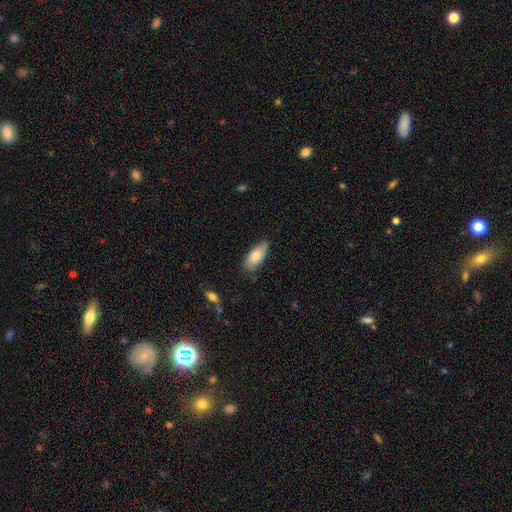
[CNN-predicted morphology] Smooth or featured?
  - smooth: 78% *
  - featured or disk: 15%
  - star or artifact: 6%
How rounded?
  - in between: 85% *
  - cigar-shaped: 13%
  - round: 2%
Merging?
  - none: 71% *
  - minor disturbance: 24%
  - major disturbance: 4%
  - merger: 2%